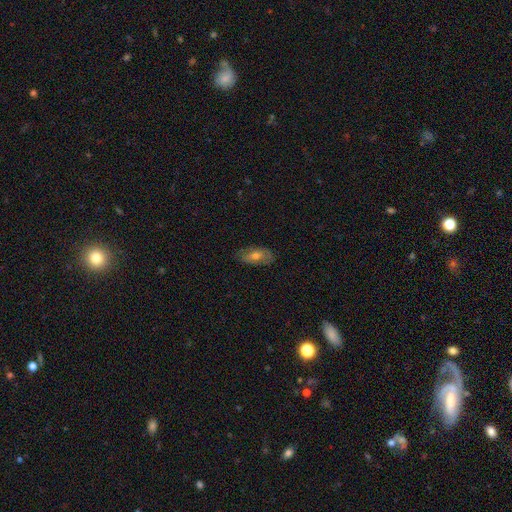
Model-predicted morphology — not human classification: Smooth or featured? smooth (52%)
How rounded? in between (84%)
Merging? none (79%)